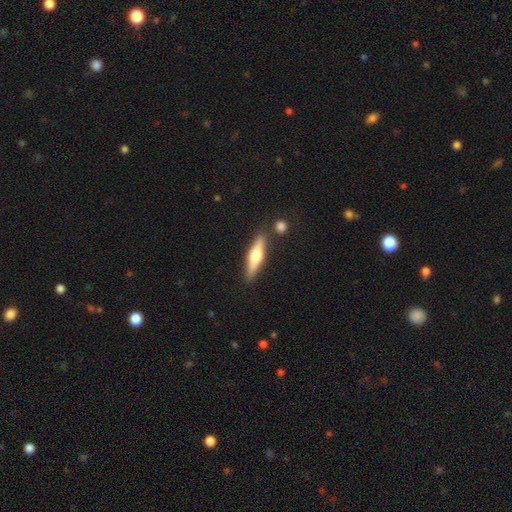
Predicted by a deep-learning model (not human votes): This appears to be a featured or disk galaxy (48%). Merging: none (82%).